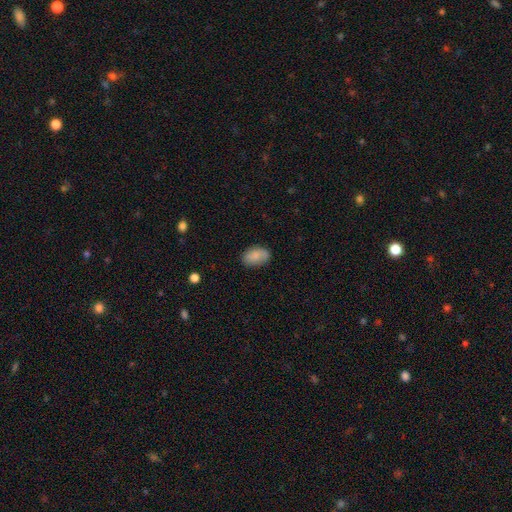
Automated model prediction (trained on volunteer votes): smooth 84%, featured or disk 9%, star or artifact 7%. Down the decision tree: how rounded — in between (90%); merging — none (79%).